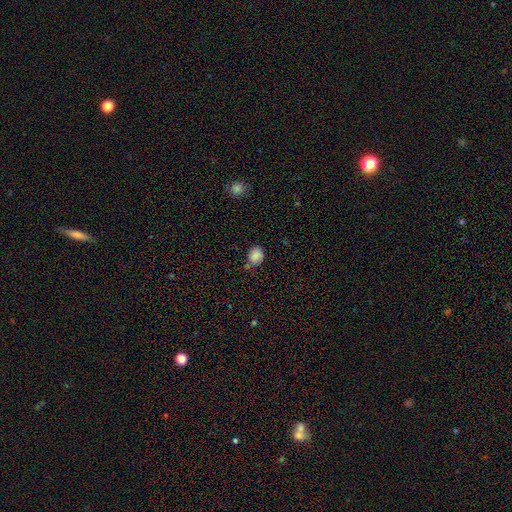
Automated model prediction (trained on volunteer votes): This appears to be a smooth galaxy with no disk features (85%) that is round (61%). Merging: none (71%).